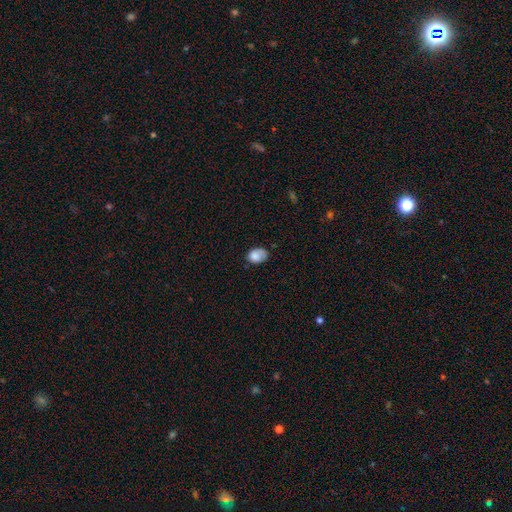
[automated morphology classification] A smooth galaxy with no disk features (80%) that is in between round and cigar-shaped (75%).

Vote fractions:
- Smooth or featured? smooth: 80% / featured or disk: 12% / star or artifact: 8%
- How rounded? in between: 75% / round: 24% / cigar-shaped: 1%
- Merging? none: 55% / minor disturbance: 31% / major disturbance: 12% / merger: 3%